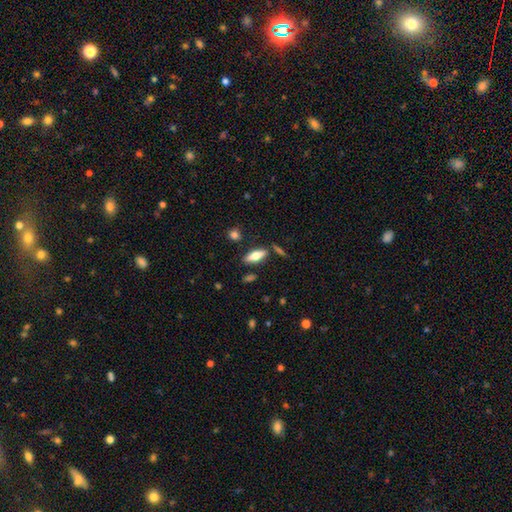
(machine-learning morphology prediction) Overall: smooth (61%; featured or disk 32%). How rounded: in between (63%; cigar-shaped 35%). Merging: none (81%).